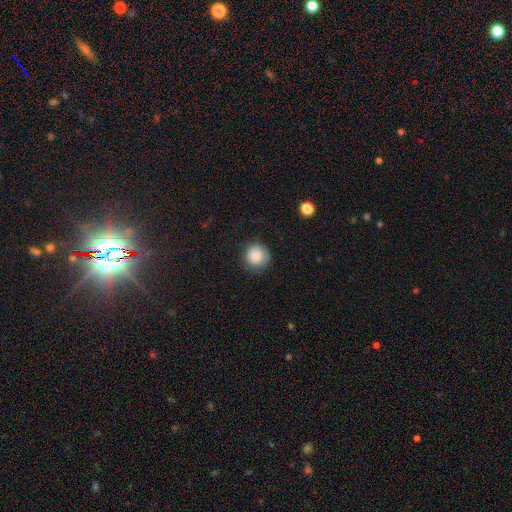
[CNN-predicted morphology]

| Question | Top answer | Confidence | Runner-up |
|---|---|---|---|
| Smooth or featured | smooth | 84% | star or artifact (9%) |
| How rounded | round | 92% | in between (7%) |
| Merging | none | 79% | minor disturbance (15%) |